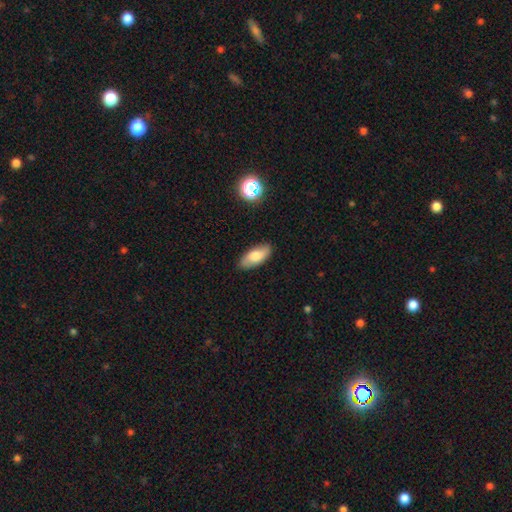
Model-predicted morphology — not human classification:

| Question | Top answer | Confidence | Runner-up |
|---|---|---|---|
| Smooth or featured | smooth | 72% | featured or disk (20%) |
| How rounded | in between | 87% | cigar-shaped (10%) |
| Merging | none | 86% | minor disturbance (11%) |